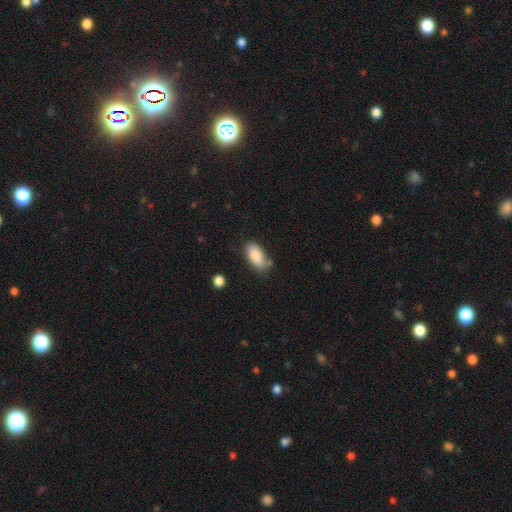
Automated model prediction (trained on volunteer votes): Smooth or featured?
  - smooth: 86% *
  - star or artifact: 7%
  - featured or disk: 7%
How rounded?
  - in between: 92% *
  - cigar-shaped: 6%
  - round: 3%
Merging?
  - none: 67% *
  - minor disturbance: 23%
  - merger: 5%
  - major disturbance: 5%